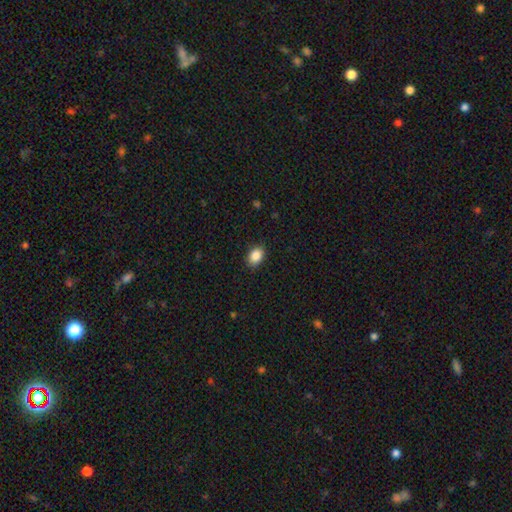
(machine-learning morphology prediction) A smooth galaxy with no disk features (87%) that is in between round and cigar-shaped (77%).

Vote fractions:
- Smooth or featured? smooth: 87% / star or artifact: 9% / featured or disk: 4%
- How rounded? in between: 77% / round: 22% / cigar-shaped: 1%
- Merging? none: 88% / minor disturbance: 9% / major disturbance: 2% / merger: 1%